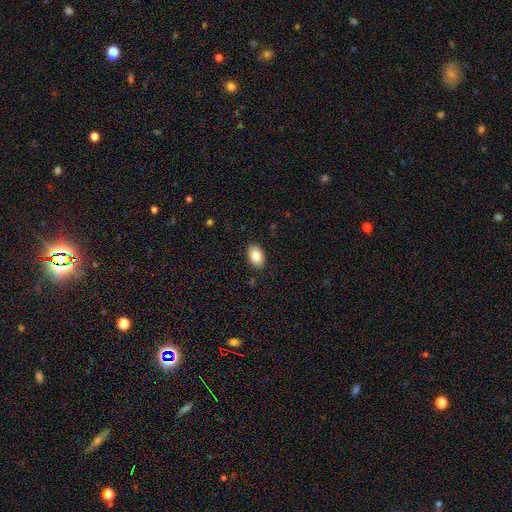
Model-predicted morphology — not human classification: Overall: smooth (83%). How rounded: in between (89%). Merging: none (88%).